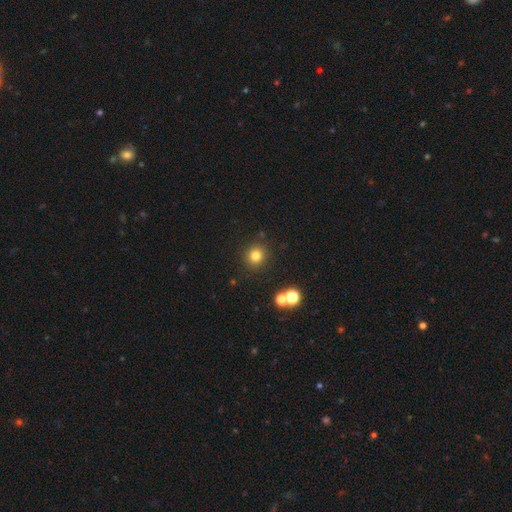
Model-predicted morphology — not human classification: This appears to be a smooth galaxy with no disk features (79%) that is round (90%). Merging: none (87%).